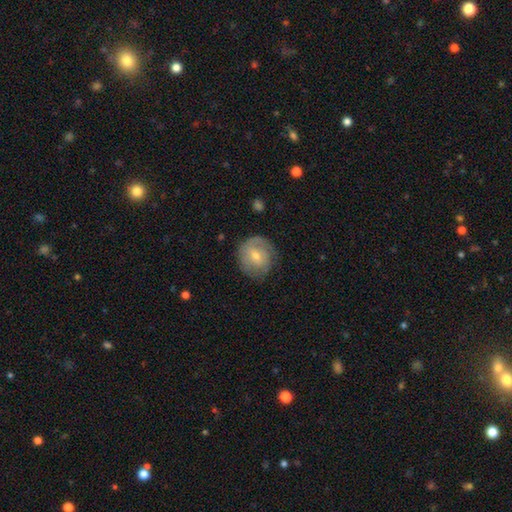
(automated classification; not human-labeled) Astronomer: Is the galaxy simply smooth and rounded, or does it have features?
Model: featured or disk — 51% (runner-up: smooth, 41%).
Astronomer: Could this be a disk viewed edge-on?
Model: no — 96%.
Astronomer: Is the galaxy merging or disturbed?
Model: none — 72%.